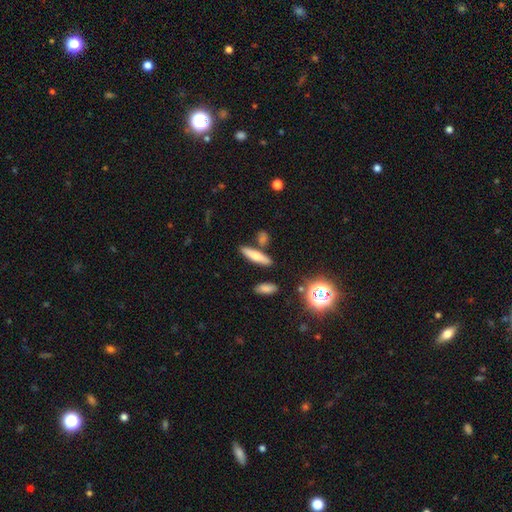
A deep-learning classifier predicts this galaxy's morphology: The model was most divided on "smooth or featured": smooth: 65%, featured or disk: 26%, star or artifact: 9%. More confident: merging — none (80%); how rounded — cigar-shaped (74%).